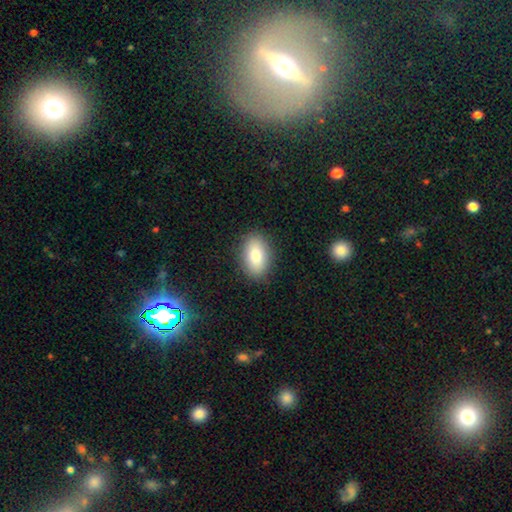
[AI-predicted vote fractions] Overall: smooth (82%). How rounded: in between (90%). Merging: none (88%).